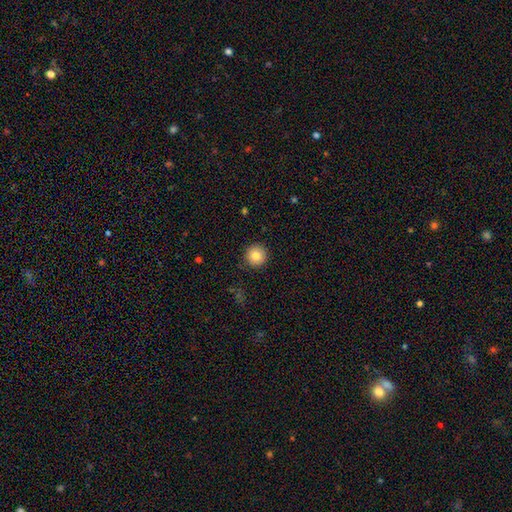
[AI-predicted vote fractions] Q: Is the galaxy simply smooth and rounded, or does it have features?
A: smooth — 82%.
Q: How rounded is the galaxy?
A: round — 96%.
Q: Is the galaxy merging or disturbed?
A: none — 91%.